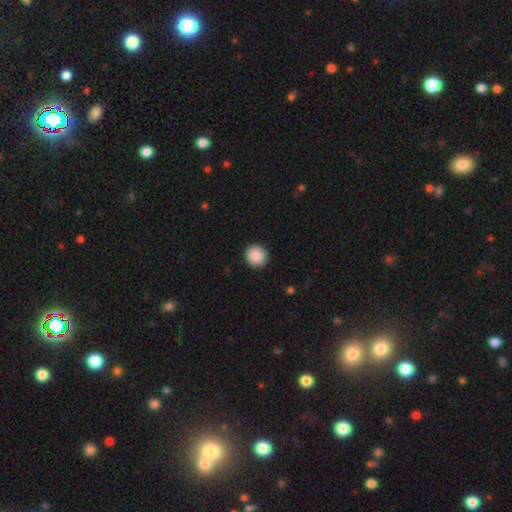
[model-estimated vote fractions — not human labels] Overall: smooth (90%). How rounded: round (91%). Merging: none (92%).